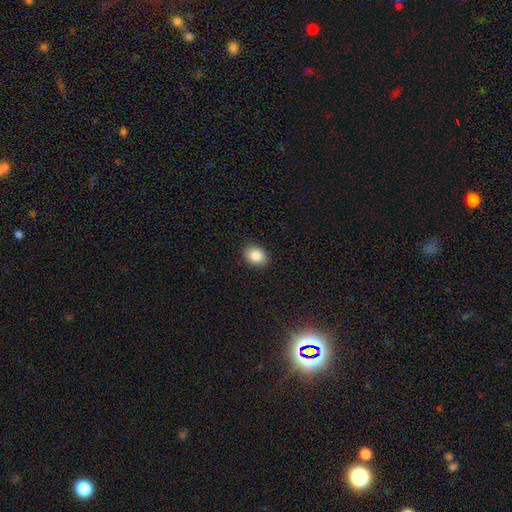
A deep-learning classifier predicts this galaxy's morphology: A smooth galaxy with no disk features (86%) that is in between round and cigar-shaped (63%). Merging: none (89%).